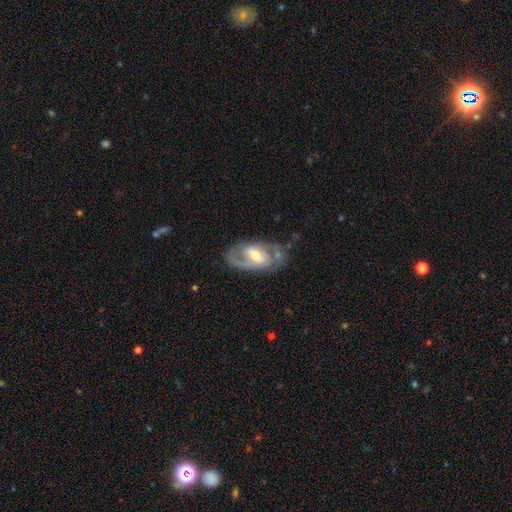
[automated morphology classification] This is likely a featured or disk galaxy (79%). It is clearly not viewed edge-on (95%). Bar: possibly weak (46%). Spiral arm pattern: clearly yes (84%). Spiral arm count: likely 2 (70%). Spiral winding: possibly medium (48%). Central bulge: likely moderate (62%). Merging: possibly none (58%).